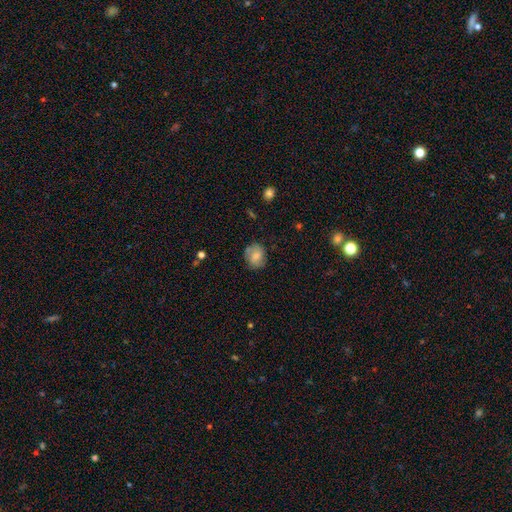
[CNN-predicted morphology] smooth_or_featured: smooth (p=0.63) [alt: featured or disk p=0.29]
how_rounded: round (p=0.68) [alt: in between p=0.31]
merging: none (p=0.74) [alt: minor disturbance p=0.20]